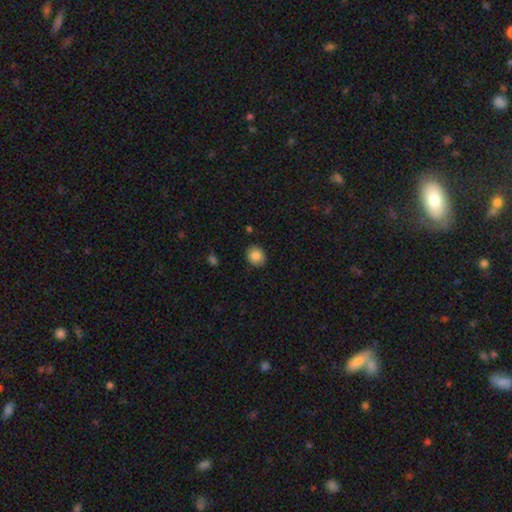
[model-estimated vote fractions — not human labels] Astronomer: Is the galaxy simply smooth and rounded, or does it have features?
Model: smooth — 84%.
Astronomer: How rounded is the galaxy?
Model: round — 70%.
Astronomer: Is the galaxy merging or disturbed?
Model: none — 86%.